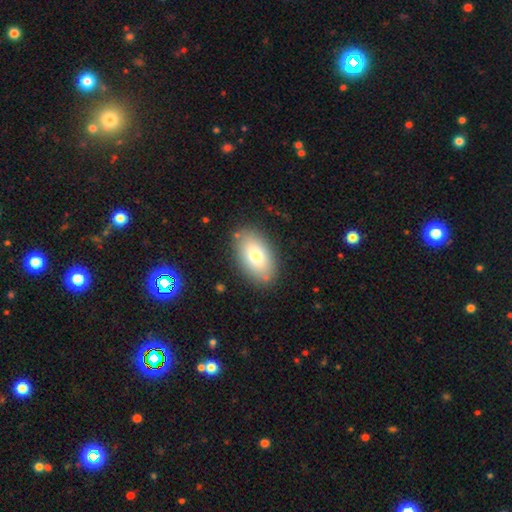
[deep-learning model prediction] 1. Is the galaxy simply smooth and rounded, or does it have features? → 75% smooth, 17% featured or disk, 8% star or artifact.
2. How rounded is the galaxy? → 92% in between, 6% round, 2% cigar-shaped.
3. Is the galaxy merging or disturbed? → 84% none, 11% minor disturbance, 3% major disturbance, 2% merger.